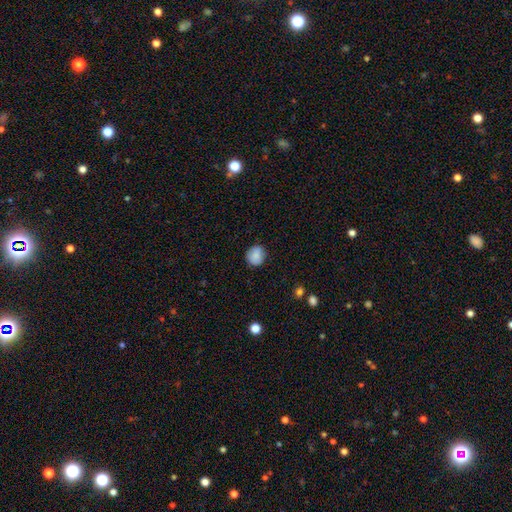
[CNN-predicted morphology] type=smooth (86%); roundness=round (81%); merging=none (82%).